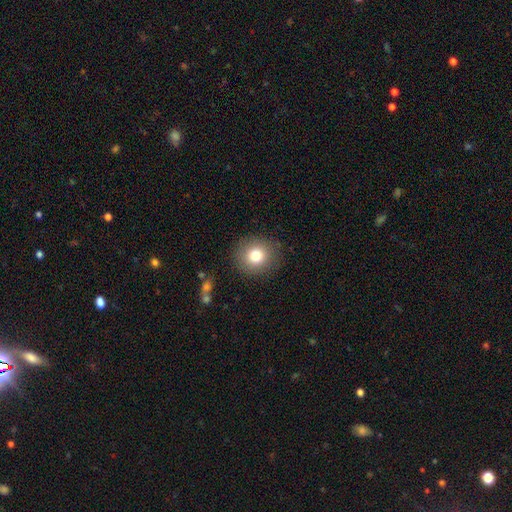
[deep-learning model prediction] The model was most divided on "smooth or featured": smooth: 79%, star or artifact: 11%, featured or disk: 10%. More confident: merging — none (88%); how rounded — round (87%).